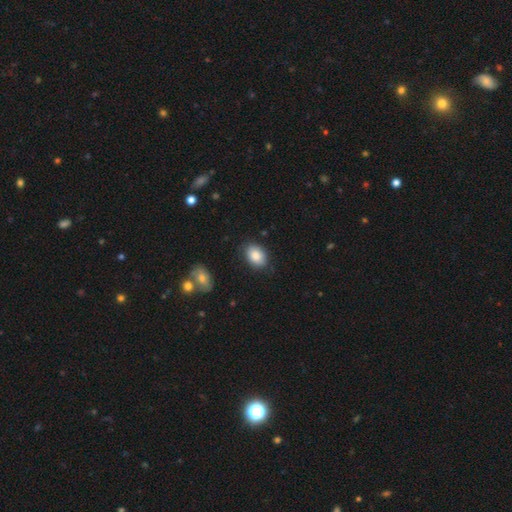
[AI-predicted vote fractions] This appears to be a smooth galaxy with no disk features (85%) that is in between round and cigar-shaped (81%). Merging: none (82%).